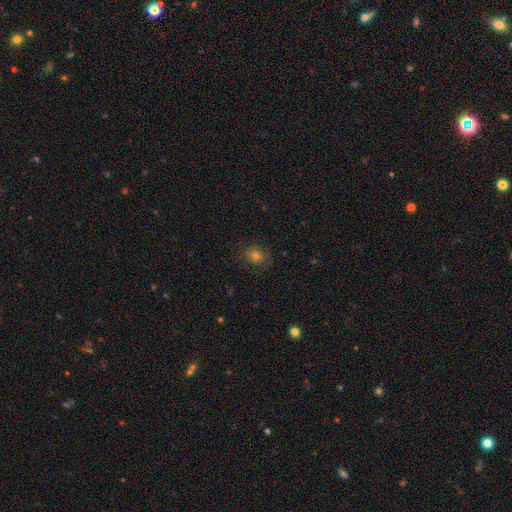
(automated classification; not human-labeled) Smooth or featured?
  - smooth: 73% *
  - star or artifact: 15%
  - featured or disk: 12%
How rounded?
  - round: 64% *
  - in between: 35%
  - cigar-shaped: 1%
Merging?
  - none: 77% *
  - minor disturbance: 16%
  - major disturbance: 5%
  - merger: 1%